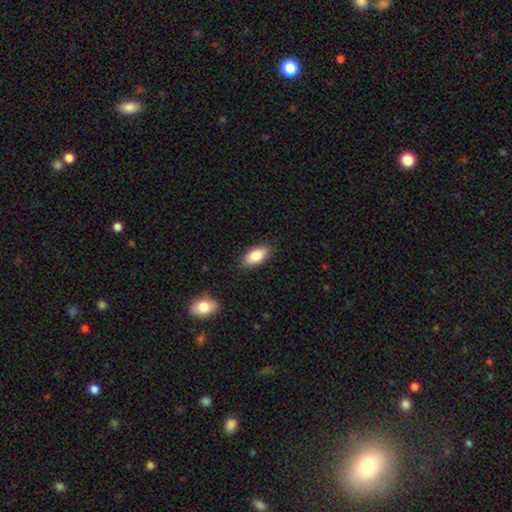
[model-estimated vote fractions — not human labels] Smooth or featured? smooth (84%)
How rounded? in between (89%)
Merging? none (85%)